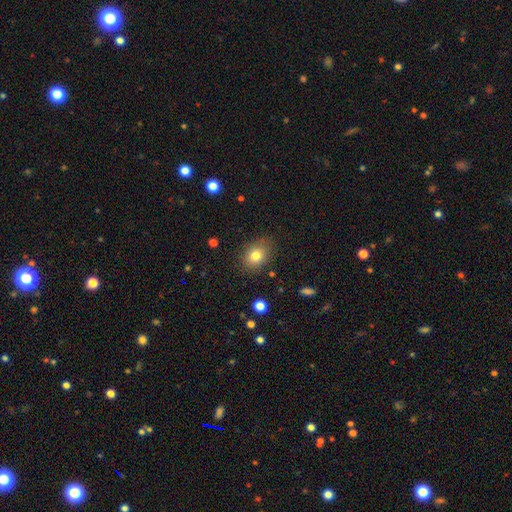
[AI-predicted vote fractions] Smooth or featured? smooth (79%)
How rounded? in between (62%)
Merging? none (84%)